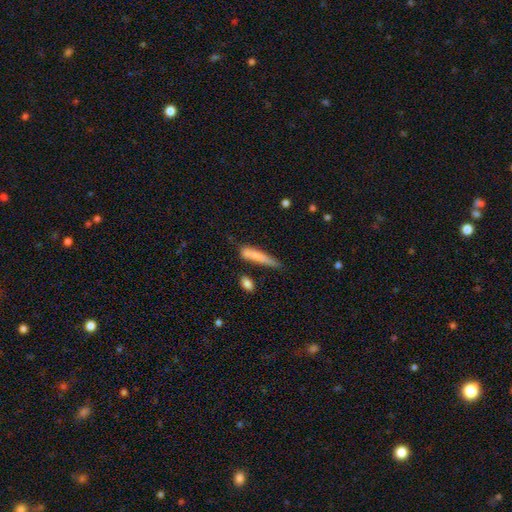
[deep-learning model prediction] Smooth or featured? Predicted: smooth (p=0.75). How rounded? Predicted: cigar-shaped (p=0.88). Merging? Predicted: none (p=0.52).